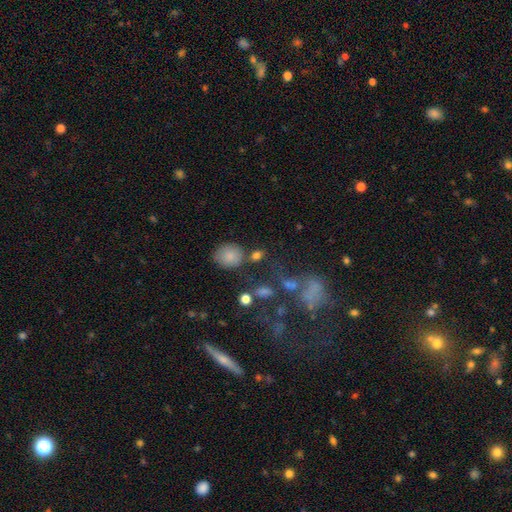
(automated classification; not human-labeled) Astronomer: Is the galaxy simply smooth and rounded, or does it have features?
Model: smooth — 61%.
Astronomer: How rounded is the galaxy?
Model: round — 65%.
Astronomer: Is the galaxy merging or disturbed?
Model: none — 69%.